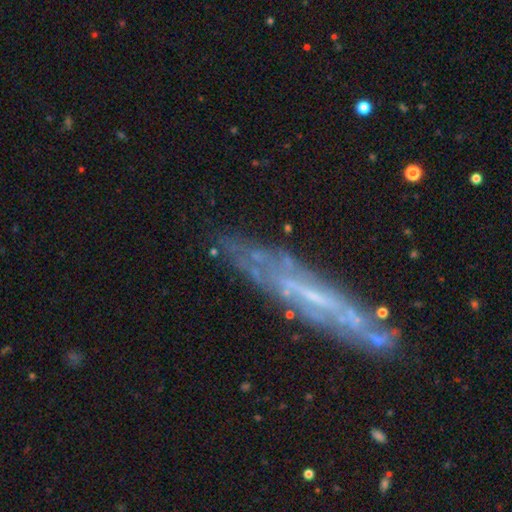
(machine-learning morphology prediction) smooth-or-featured: featured or disk: 72% | smooth: 19% | star or artifact: 9%
  disk-edge-on: yes: 57% | no: 43%
  merging: none: 72% | minor disturbance: 17% | major disturbance: 7% | merger: 4%